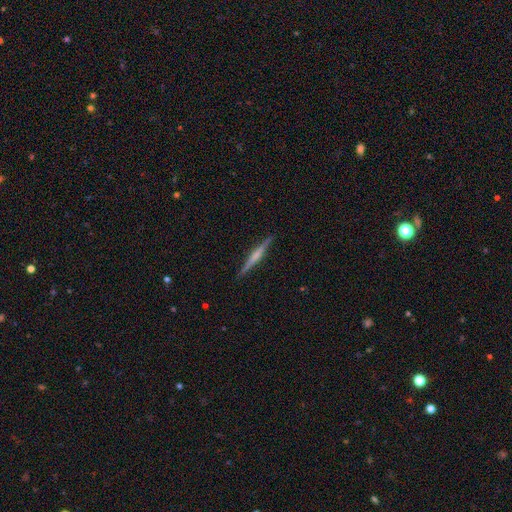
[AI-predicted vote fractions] A featured or disk galaxy (70%) viewed edge-on (98%) with a rounded central bulge (46%).

Vote fractions:
- Smooth or featured? featured or disk: 70% / smooth: 24% / star or artifact: 6%
- Edge-on disk? yes: 98% / no: 2%
- Edge-on bulge? rounded: 46% / none: 30% / boxy: 23%
- Merging? none: 91% / minor disturbance: 7% / major disturbance: 1% / merger: 1%